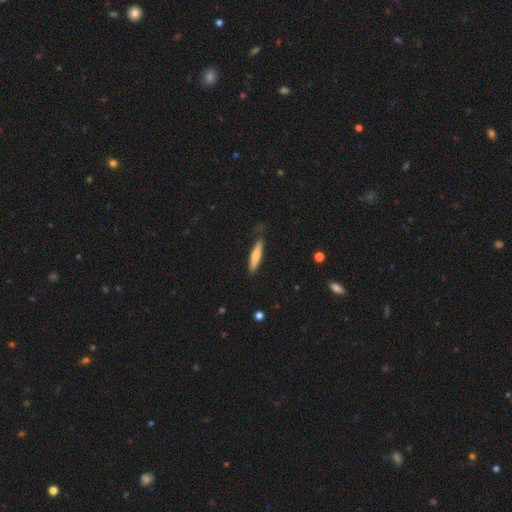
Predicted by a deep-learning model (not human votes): A smooth galaxy with no disk features (72%) that is cigar-shaped (85%). Merging: none (78%).